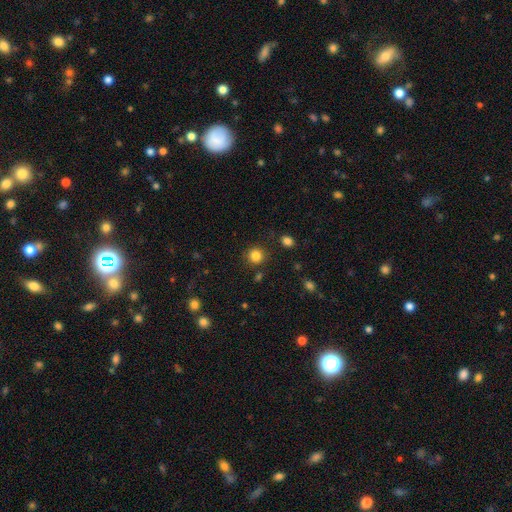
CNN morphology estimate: Q: Smooth or featured?
A: smooth (84%); runner-up: star or artifact (12%)
Q: How rounded?
A: round (91%); runner-up: in between (8%)
Q: Merging?
A: none (87%); runner-up: minor disturbance (8%)